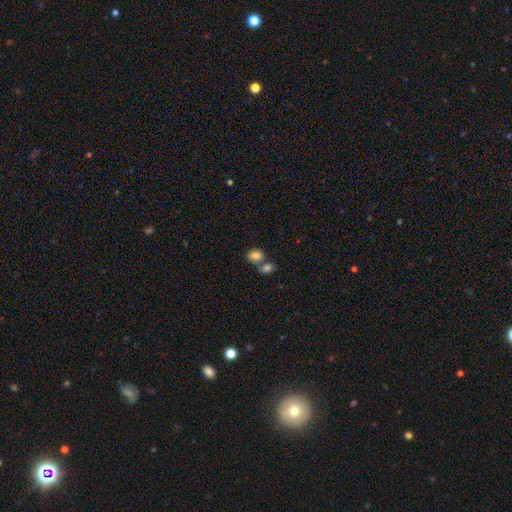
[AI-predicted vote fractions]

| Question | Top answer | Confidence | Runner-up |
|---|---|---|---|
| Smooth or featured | smooth | 82% | star or artifact (9%) |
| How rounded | in between | 66% | round (33%) |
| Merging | merger | 56% | none (31%) |